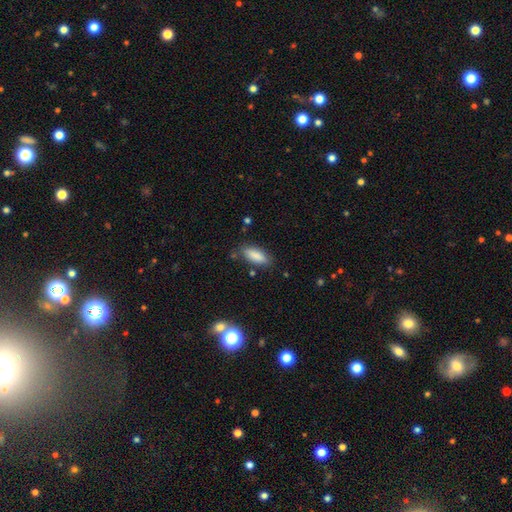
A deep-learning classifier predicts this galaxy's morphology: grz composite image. It shows a smooth galaxy with no disk features (86%) that is in between round and cigar-shaped (73%). Merging: none (79%).